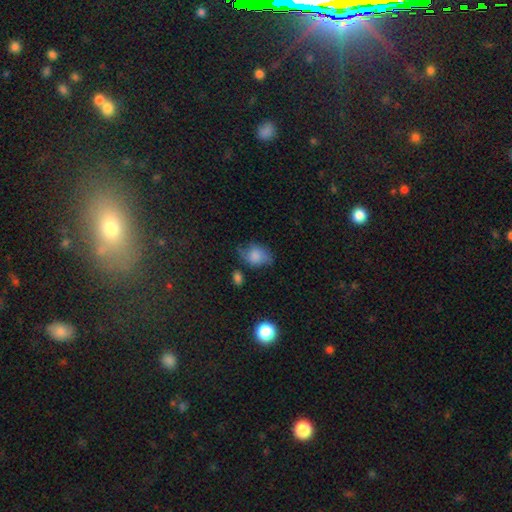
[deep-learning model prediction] Smooth or featured: smooth — 72% (featured or disk — 18%)
How rounded: in between — 73% (round — 26%)
Merging: none — 48% (minor disturbance — 35%)